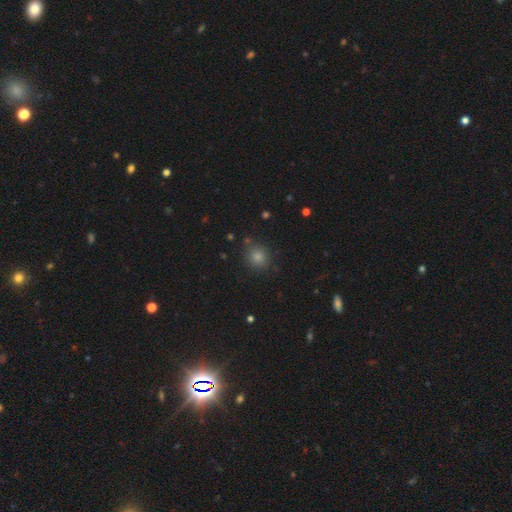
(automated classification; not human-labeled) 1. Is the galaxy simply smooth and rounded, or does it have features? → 67% smooth, 26% star or artifact, 7% featured or disk.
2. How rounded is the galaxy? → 88% round, 11% in between, 1% cigar-shaped.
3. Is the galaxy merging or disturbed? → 85% none, 9% minor disturbance, 3% major disturbance, 3% merger.